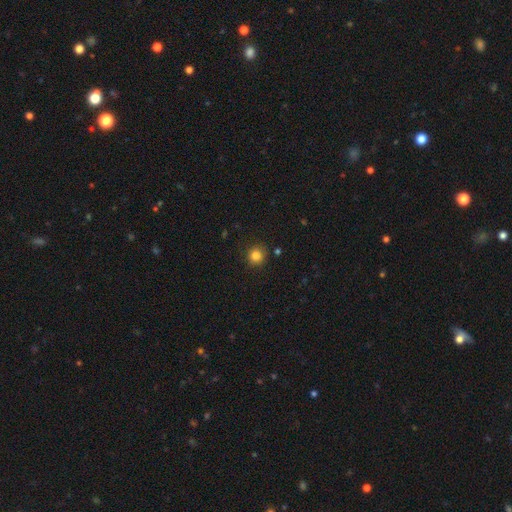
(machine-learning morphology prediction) The model was most divided on "smooth or featured": smooth: 84%, star or artifact: 12%, featured or disk: 4%. More confident: how rounded — round (93%); merging — none (88%).